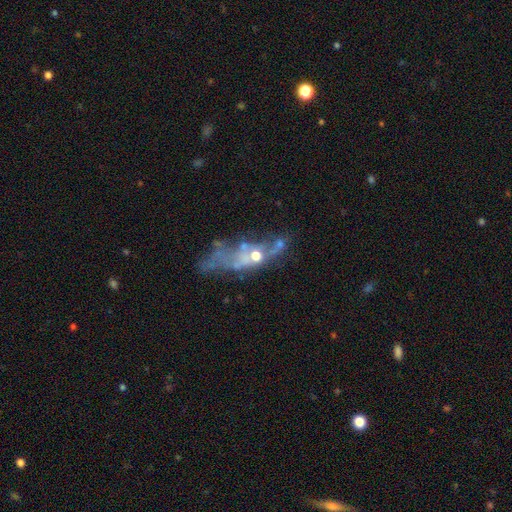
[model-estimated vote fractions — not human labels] Morphology: type=featured or disk (56%); edge-on=no (86%); merging=major disturbance (37%).